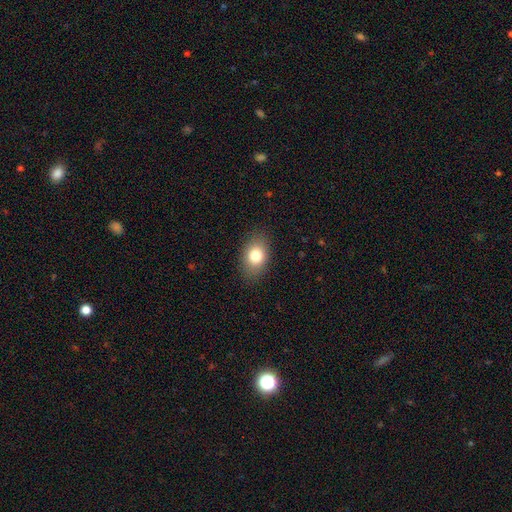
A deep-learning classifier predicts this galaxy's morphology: smooth-or-featured: smooth: 80% | featured or disk: 11% | star or artifact: 9%
  how-rounded: in between: 81% | round: 18% | cigar-shaped: 1%
  merging: none: 86% | minor disturbance: 10% | major disturbance: 3% | merger: 1%